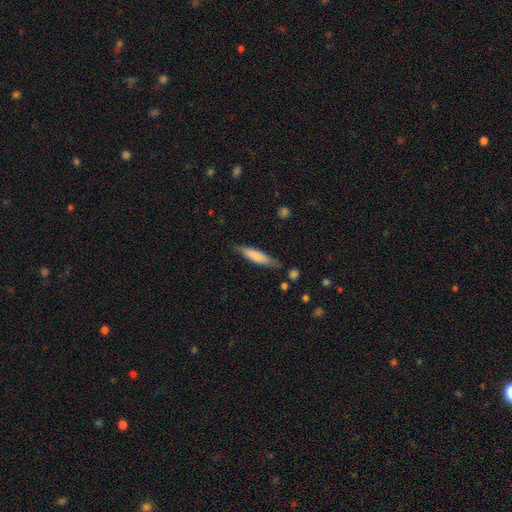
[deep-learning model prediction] Q: Smooth or featured?
A: smooth (74%); runner-up: featured or disk (20%)
Q: How rounded?
A: cigar-shaped (77%); runner-up: in between (22%)
Q: Merging?
A: none (75%); runner-up: minor disturbance (19%)